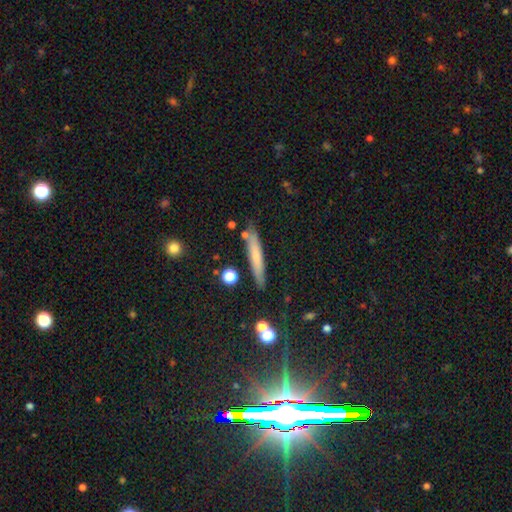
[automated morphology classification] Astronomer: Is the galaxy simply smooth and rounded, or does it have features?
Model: smooth — 64%.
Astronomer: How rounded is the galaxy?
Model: cigar-shaped — 92%.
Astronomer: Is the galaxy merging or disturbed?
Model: none — 82%.